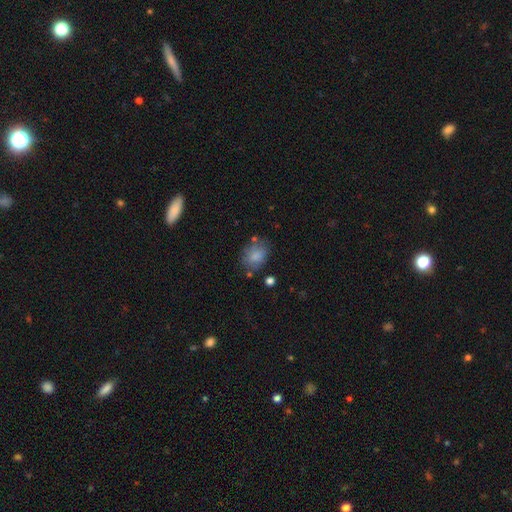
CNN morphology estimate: Smooth or featured: smooth — 81% (featured or disk — 11%)
How rounded: in between — 60% (round — 38%)
Merging: none — 67% (minor disturbance — 20%)